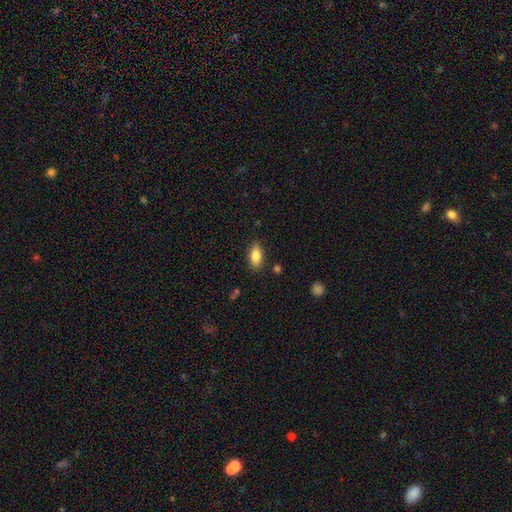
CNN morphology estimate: This is clearly a smooth galaxy (86%). How rounded: clearly in between (90%). Merging: clearly none (85%).